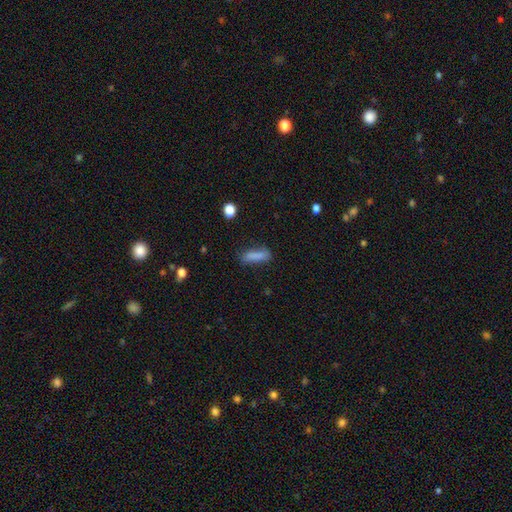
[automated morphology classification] This is clearly a smooth galaxy (81%). How rounded: possibly in between (50%). Merging: likely none (63%).